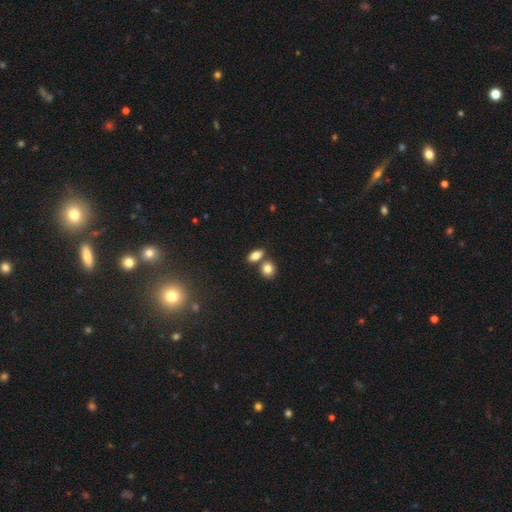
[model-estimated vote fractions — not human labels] This is clearly a smooth galaxy (80%). How rounded: likely in between (77%). Merging: likely none (61%).